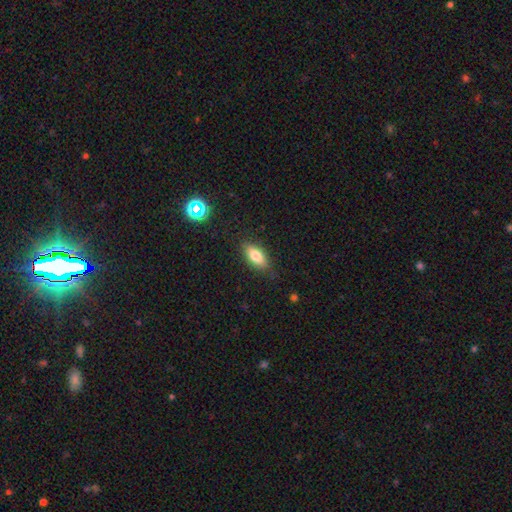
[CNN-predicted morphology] A smooth galaxy with no disk features (76%) that is in between round and cigar-shaped (80%). Merging: none (84%).